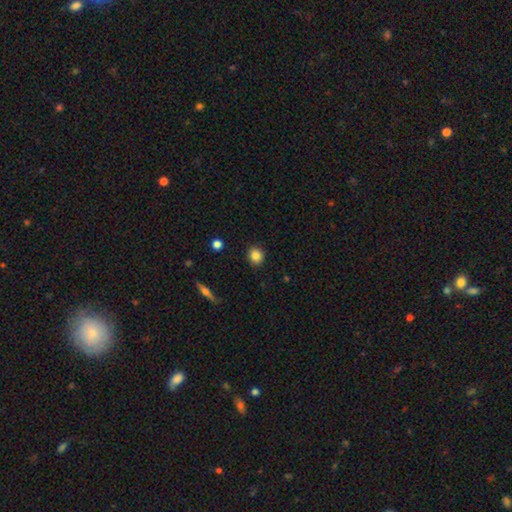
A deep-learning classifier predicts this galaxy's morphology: type=smooth (84%); roundness=round (84%); merging=none (90%).